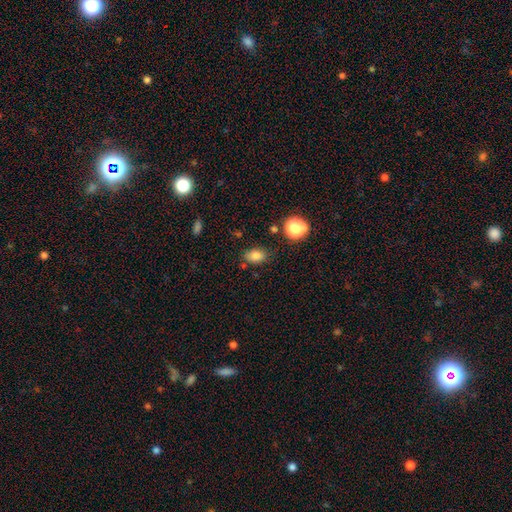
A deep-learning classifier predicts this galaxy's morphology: A smooth galaxy with no disk features (80%) that is in between round and cigar-shaped (80%). Merging: none (78%).